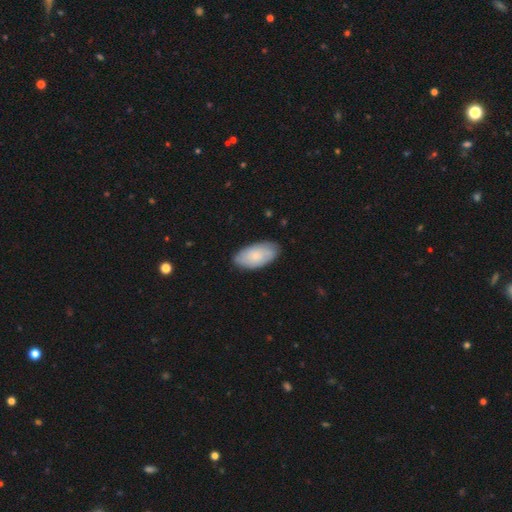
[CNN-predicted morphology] Smooth or featured? smooth (65%)
How rounded? in between (94%)
Merging? none (81%)